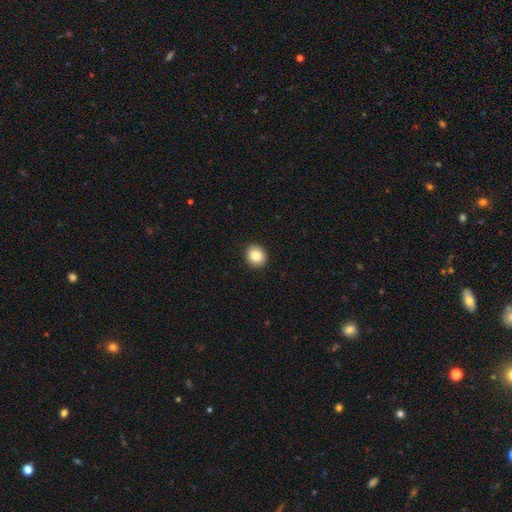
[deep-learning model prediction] Overall: smooth (85%). How rounded: round (69%; in between 30%). Merging: none (92%).